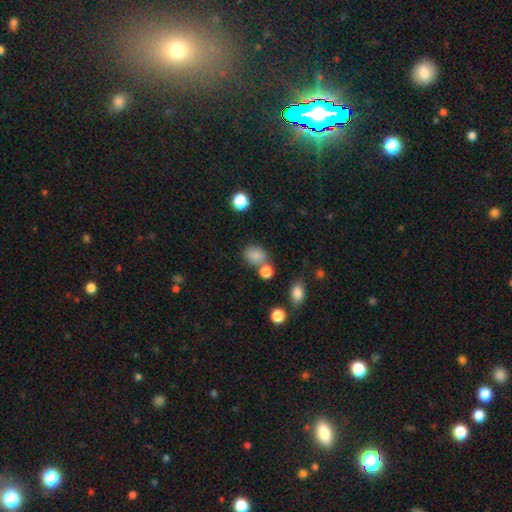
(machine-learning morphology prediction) smooth-or-featured: smooth: 83% | star or artifact: 12% | featured or disk: 5%
  how-rounded: in between: 51% | round: 48% | cigar-shaped: 1%
  merging: none: 62% | merger: 19% | minor disturbance: 14% | major disturbance: 5%